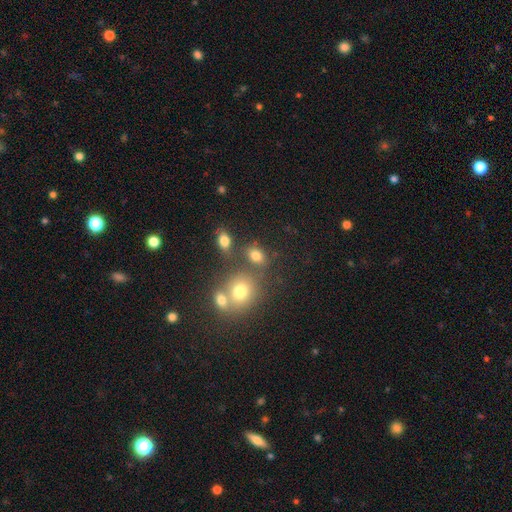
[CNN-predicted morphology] A smooth galaxy with no disk features (75%) that is in between round and cigar-shaped (65%).

Vote fractions:
- Smooth or featured? smooth: 75% / star or artifact: 15% / featured or disk: 10%
- How rounded? in between: 65% / round: 33% / cigar-shaped: 2%
- Merging? none: 61% / merger: 20% / minor disturbance: 13% / major disturbance: 6%